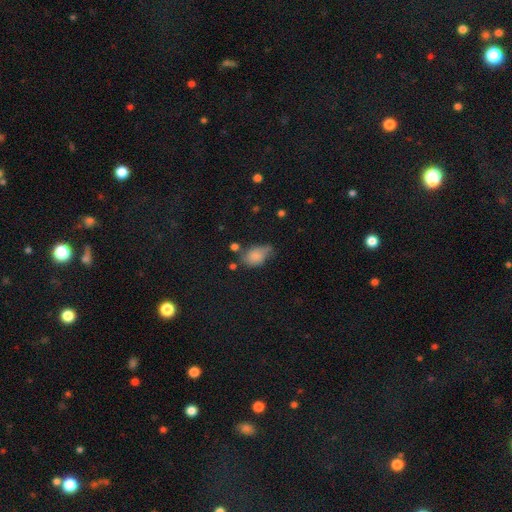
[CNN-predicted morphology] Smooth or featured: smooth — 79% (featured or disk — 11%)
How rounded: in between — 81% (round — 17%)
Merging: minor disturbance — 40% (none — 36%)